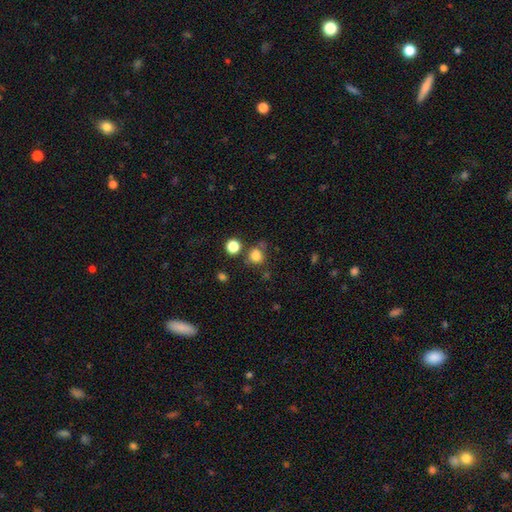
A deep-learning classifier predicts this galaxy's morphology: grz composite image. It shows a smooth galaxy with no disk features (80%) that is round (85%). Merging: none (69%).